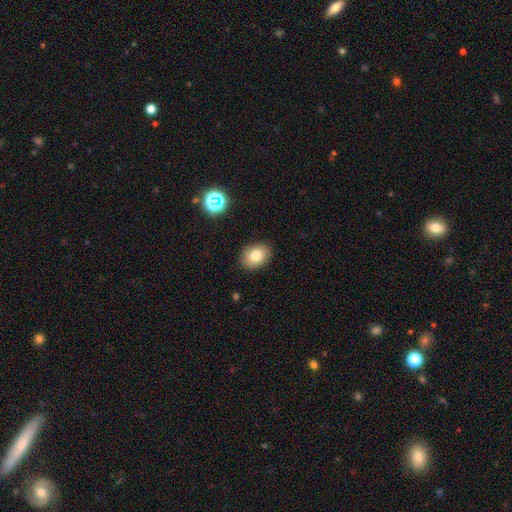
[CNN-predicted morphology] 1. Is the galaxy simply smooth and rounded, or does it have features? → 78% smooth, 11% featured or disk, 11% star or artifact.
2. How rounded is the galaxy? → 66% in between, 33% round, 1% cigar-shaped.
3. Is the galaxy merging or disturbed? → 88% none, 8% minor disturbance, 2% major disturbance, 1% merger.